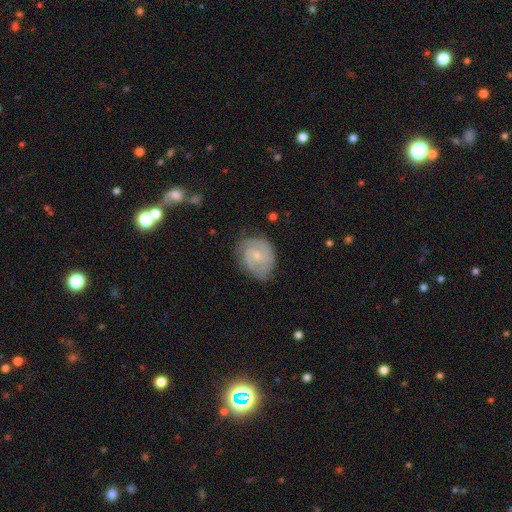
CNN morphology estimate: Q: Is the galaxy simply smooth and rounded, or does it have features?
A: featured or disk — 81%.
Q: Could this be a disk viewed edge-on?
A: no — 98%.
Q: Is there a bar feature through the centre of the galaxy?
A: no — 61%.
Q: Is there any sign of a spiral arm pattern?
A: yes — 96%.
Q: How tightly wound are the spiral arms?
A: tight — 60%.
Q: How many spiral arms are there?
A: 2 — 67%.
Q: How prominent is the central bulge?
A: small — 65%.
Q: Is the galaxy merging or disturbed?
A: none — 74%.